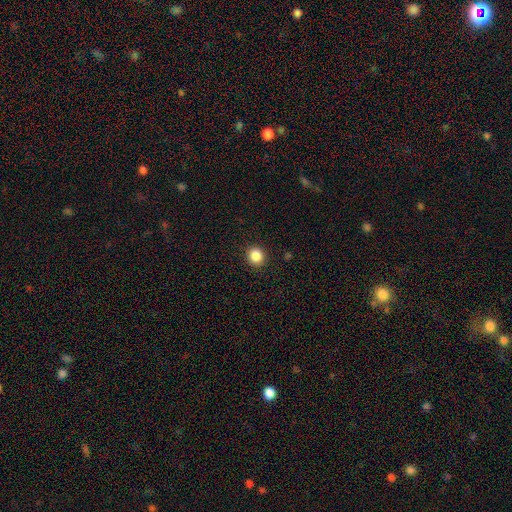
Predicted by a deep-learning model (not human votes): Smooth or featured? smooth (86%)
How rounded? round (86%)
Merging? none (92%)